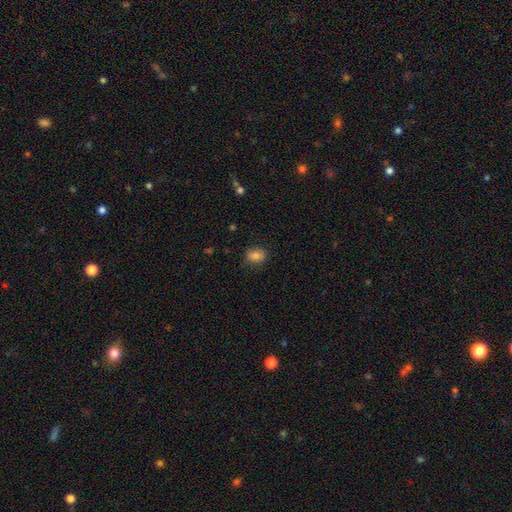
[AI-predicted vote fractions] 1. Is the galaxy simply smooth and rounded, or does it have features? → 81% smooth, 10% star or artifact, 9% featured or disk.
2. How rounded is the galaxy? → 64% in between, 34% round, 1% cigar-shaped.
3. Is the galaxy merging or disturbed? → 81% none, 14% minor disturbance, 3% major disturbance, 1% merger.